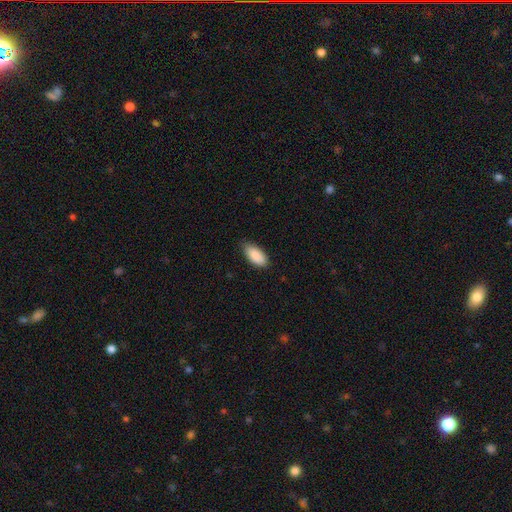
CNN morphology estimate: A smooth galaxy with no disk features (90%) that is in between round and cigar-shaped (92%).

Vote fractions:
- Smooth or featured? smooth: 90% / star or artifact: 6% / featured or disk: 4%
- How rounded? in between: 92% / cigar-shaped: 6% / round: 2%
- Merging? none: 78% / minor disturbance: 19% / major disturbance: 2% / merger: 1%